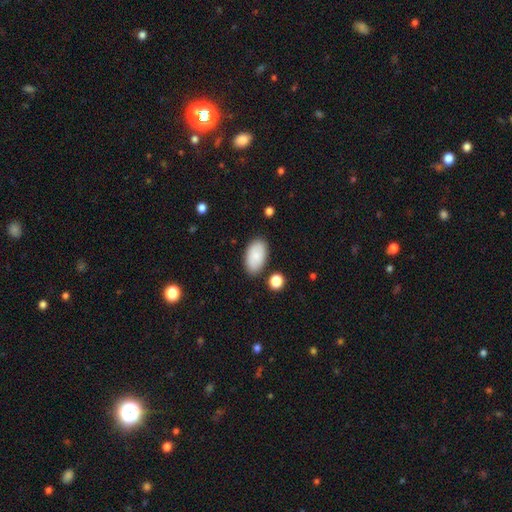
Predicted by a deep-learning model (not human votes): A smooth galaxy with no disk features (86%) that is in between round and cigar-shaped (95%). Merging: none (82%).